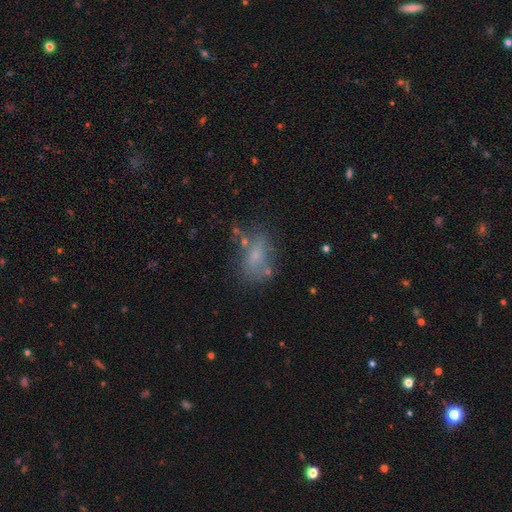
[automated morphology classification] type=smooth (56%); roundness=in between (76%); merging=none (52%).